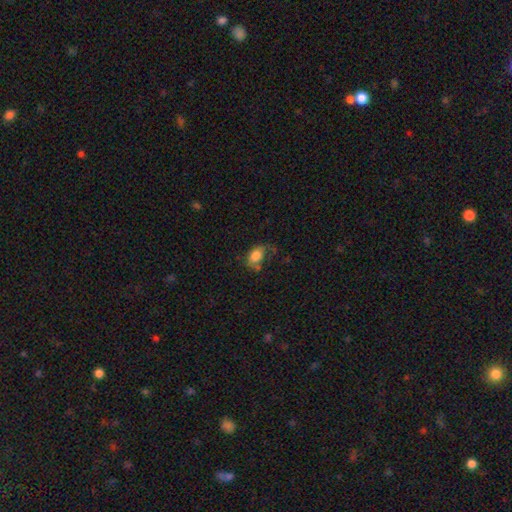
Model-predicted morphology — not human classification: Q: Smooth or featured?
A: smooth (80%); runner-up: featured or disk (12%)
Q: How rounded?
A: in between (84%); runner-up: round (14%)
Q: Merging?
A: none (48%); runner-up: minor disturbance (29%)